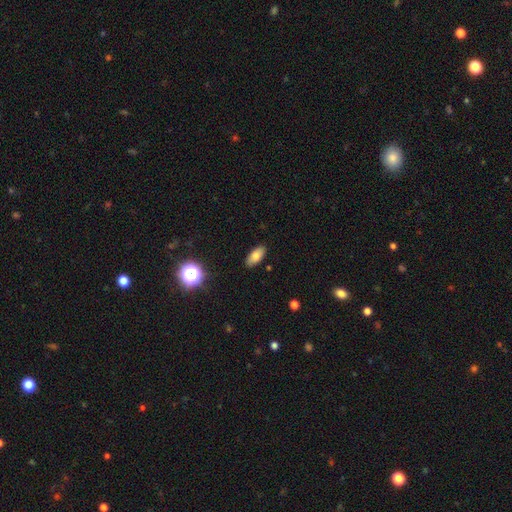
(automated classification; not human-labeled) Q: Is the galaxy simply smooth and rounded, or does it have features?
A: smooth — 77%.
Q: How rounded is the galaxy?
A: in between — 88%.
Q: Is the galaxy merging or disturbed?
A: none — 88%.